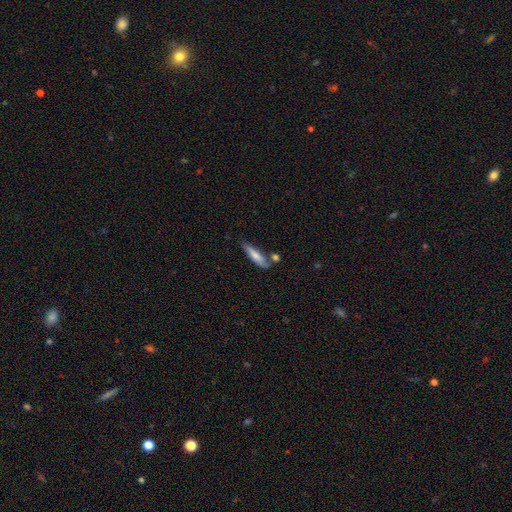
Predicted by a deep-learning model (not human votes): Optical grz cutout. It shows a smooth galaxy with no disk features (64%) that is cigar-shaped (77%). Merging: none (62%).